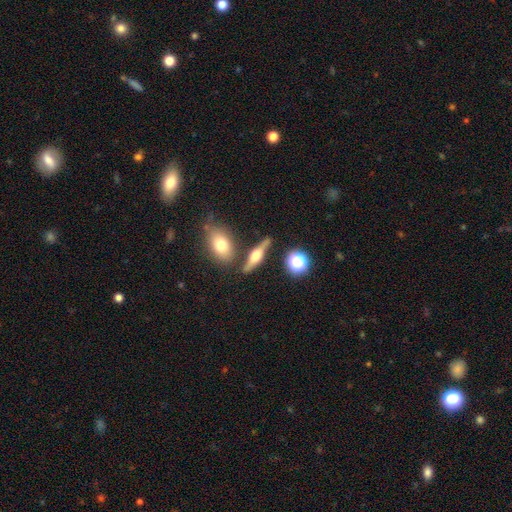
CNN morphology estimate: This is likely a featured or disk galaxy (67%). It is clearly viewed edge-on (92%). Edge-on bulge: clearly rounded (95%). Merging: likely none (78%).